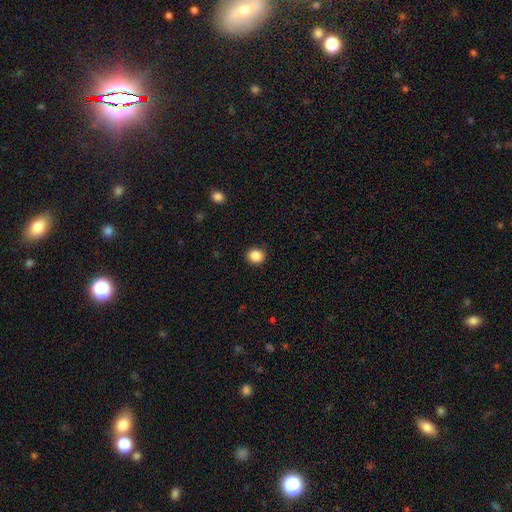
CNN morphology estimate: type=smooth (87%); roundness=round (84%); merging=none (91%).